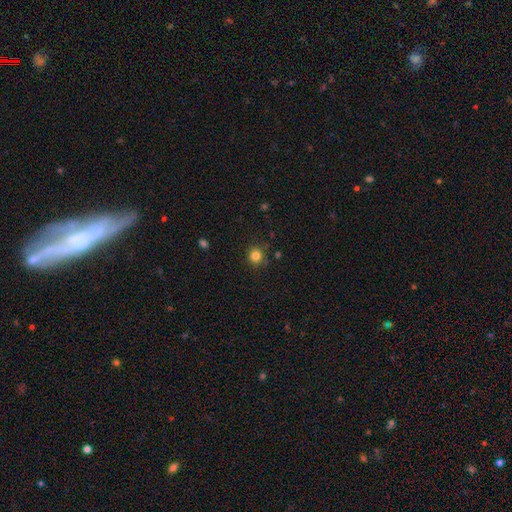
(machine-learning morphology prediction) smooth 83%, star or artifact 13%, featured or disk 5%. Down the decision tree: how rounded — round (92%); merging — none (85%).